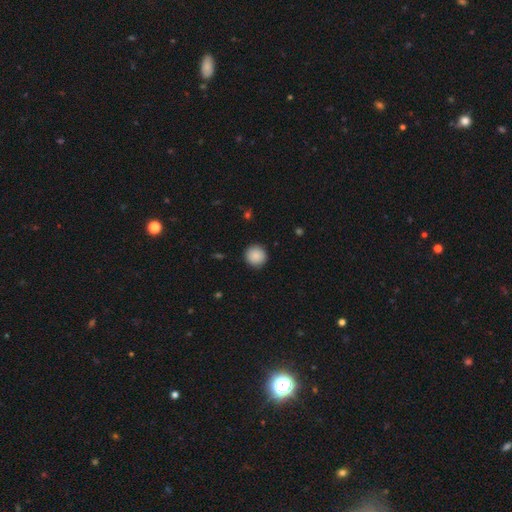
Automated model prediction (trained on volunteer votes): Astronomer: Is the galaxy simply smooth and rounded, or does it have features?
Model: smooth — 89%.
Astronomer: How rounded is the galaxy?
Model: round — 95%.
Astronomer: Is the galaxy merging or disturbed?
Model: none — 92%.